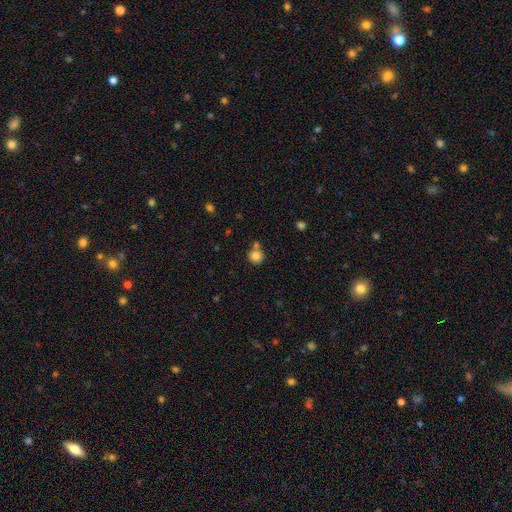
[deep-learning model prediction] Q: Smooth or featured?
A: smooth (82%); runner-up: star or artifact (10%)
Q: How rounded?
A: round (90%); runner-up: in between (9%)
Q: Merging?
A: none (65%); runner-up: merger (20%)